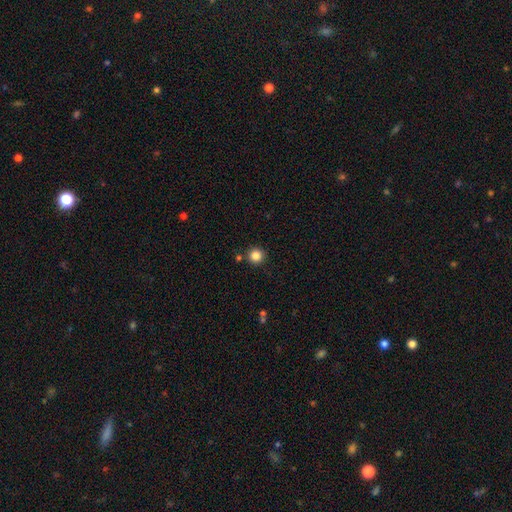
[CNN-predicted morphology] Smooth or featured? smooth (85%)
How rounded? round (95%)
Merging? none (87%)